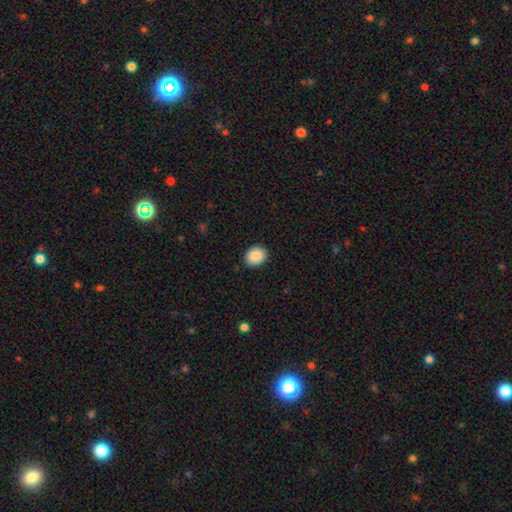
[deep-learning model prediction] Overall: smooth (89%). How rounded: round (50%; in between 49%). Merging: none (89%).